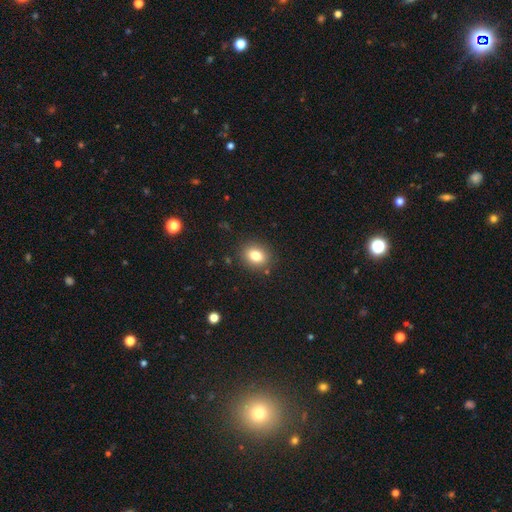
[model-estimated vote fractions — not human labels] smooth 81%, star or artifact 11%, featured or disk 8%. Down the decision tree: how rounded — round (52%); merging — none (87%).